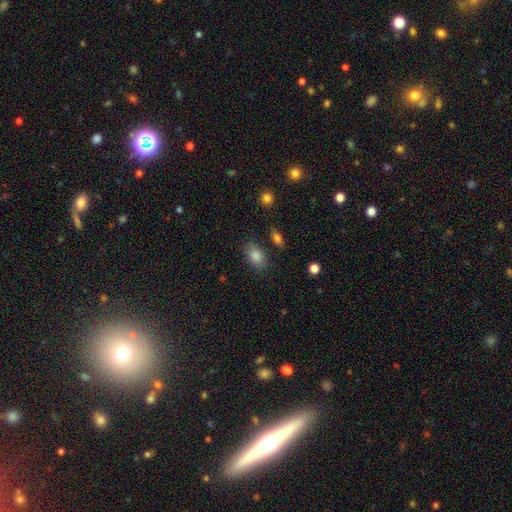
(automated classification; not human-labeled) Smooth or featured? Predicted: smooth (p=0.84). How rounded? Predicted: in between (p=0.87). Merging? Predicted: none (p=0.82).